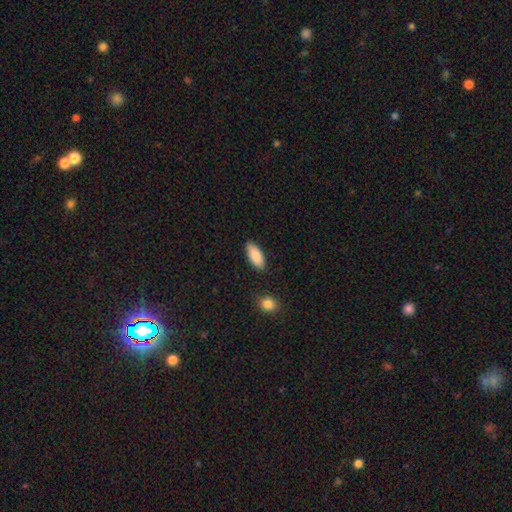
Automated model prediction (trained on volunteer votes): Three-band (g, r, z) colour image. It shows a smooth galaxy with no disk features (89%) that is in between round and cigar-shaped (85%). Merging: none (85%).